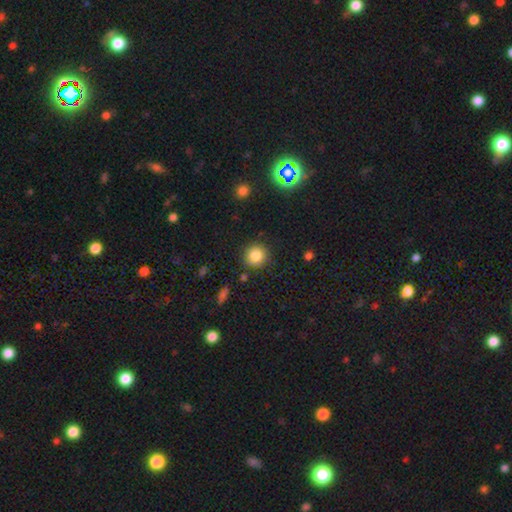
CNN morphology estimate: Overall: smooth (84%). How rounded: round (92%). Merging: none (88%).